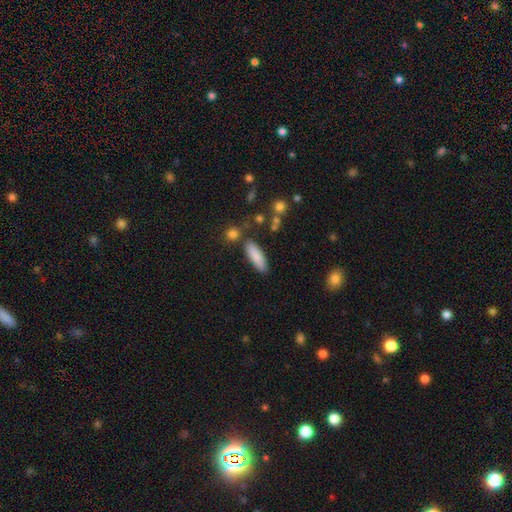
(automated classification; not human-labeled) Smooth or featured?
  - smooth: 85% *
  - featured or disk: 8%
  - star or artifact: 7%
How rounded?
  - in between: 51% *
  - cigar-shaped: 47%
  - round: 2%
Merging?
  - none: 80% *
  - minor disturbance: 12%
  - merger: 5%
  - major disturbance: 3%